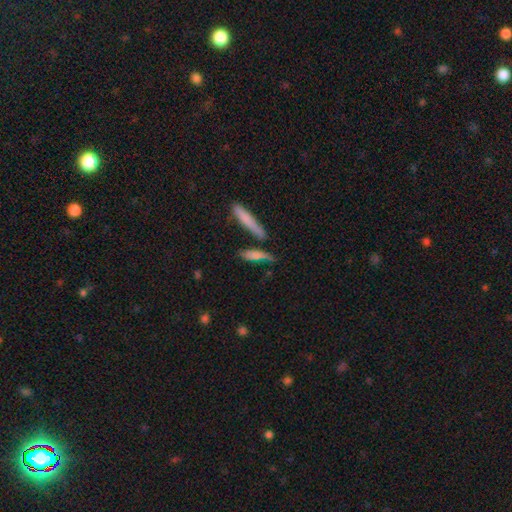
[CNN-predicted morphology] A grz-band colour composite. It shows a smooth galaxy with no disk features (71%) that is cigar-shaped (72%). Merging: none (52%).